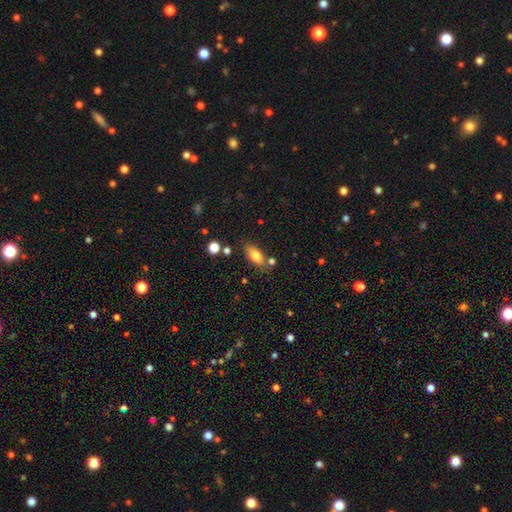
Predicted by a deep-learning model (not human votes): Smooth or featured?
  - smooth: 77% *
  - featured or disk: 16%
  - star or artifact: 8%
How rounded?
  - in between: 83% *
  - cigar-shaped: 13%
  - round: 4%
Merging?
  - none: 75% *
  - minor disturbance: 14%
  - merger: 8%
  - major disturbance: 3%